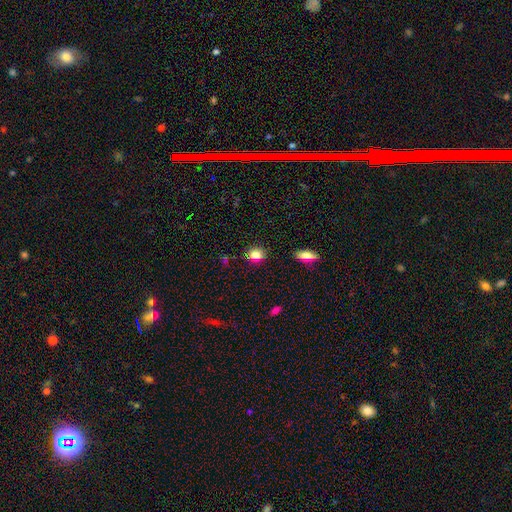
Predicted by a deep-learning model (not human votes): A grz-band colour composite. It shows a smooth galaxy with no disk features (79%) that is round (72%). Merging: none (88%).